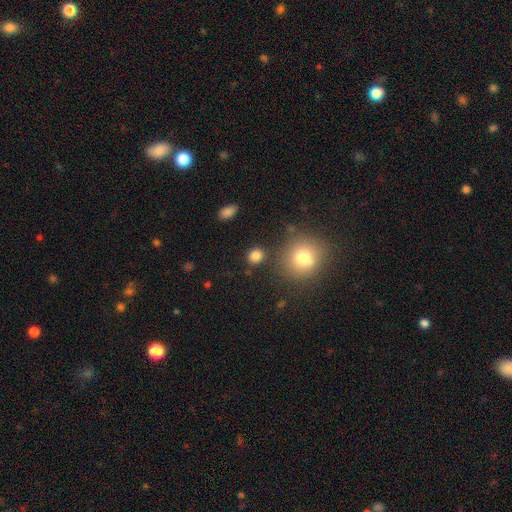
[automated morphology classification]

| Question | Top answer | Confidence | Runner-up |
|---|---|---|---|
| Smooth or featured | smooth | 82% | star or artifact (13%) |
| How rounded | round | 81% | in between (18%) |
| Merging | none | 83% | minor disturbance (8%) |